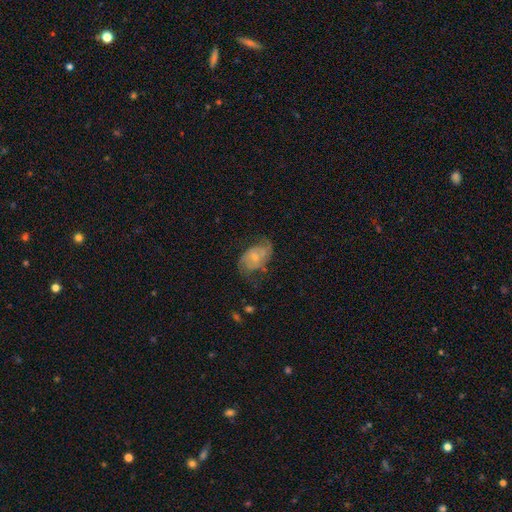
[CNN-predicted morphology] smooth-or-featured: featured or disk: 64% | smooth: 28% | star or artifact: 7%
  disk-edge-on: no: 97% | yes: 3%
    bar: no: 57% | weak: 37% | strong: 6%
    has-spiral-arms: yes: 84% | no: 16%
      spiral-winding: medium: 45% | loose: 28% | tight: 27%
      spiral-arm-count: 2: 72% | can't tell: 17% | 1: 5% | 3: 4% | 4: 2% | more than 4: 1%
    bulge-size: small: 47% | moderate: 38% | none: 10% | large: 4% | dominant: 1%
  merging: none: 54% | minor disturbance: 26% | major disturbance: 18% | merger: 2%